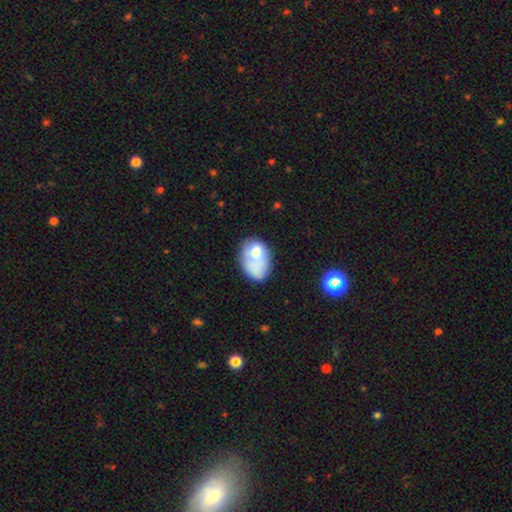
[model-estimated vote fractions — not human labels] A smooth galaxy with no disk features (67%) that is in between round and cigar-shaped (80%).

Vote fractions:
- Smooth or featured? smooth: 67% / featured or disk: 24% / star or artifact: 9%
- How rounded? in between: 80% / round: 19% / cigar-shaped: 1%
- Merging? none: 32% / minor disturbance: 26% / merger: 26% / major disturbance: 17%